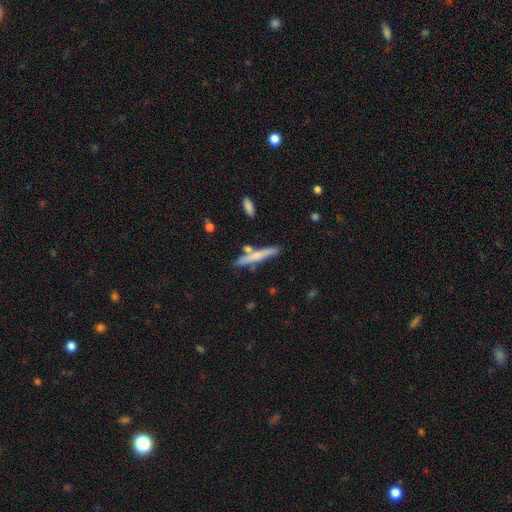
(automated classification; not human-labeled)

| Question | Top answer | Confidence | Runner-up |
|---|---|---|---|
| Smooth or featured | smooth | 58% | featured or disk (35%) |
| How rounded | cigar-shaped | 93% | in between (5%) |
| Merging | none | 77% | minor disturbance (12%) |